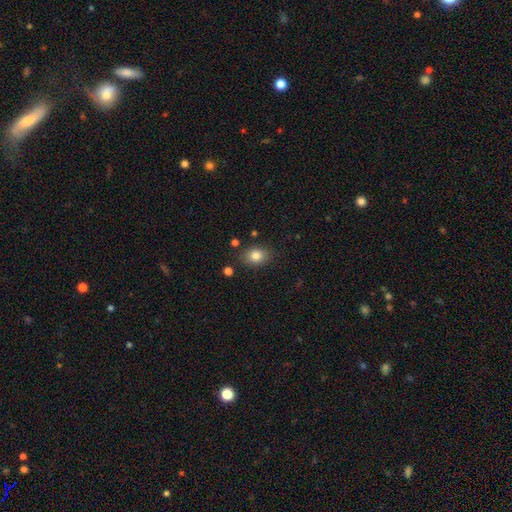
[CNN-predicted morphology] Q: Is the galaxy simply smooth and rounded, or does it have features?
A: smooth — 82%.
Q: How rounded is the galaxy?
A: in between — 58%.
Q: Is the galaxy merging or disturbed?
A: none — 83%.